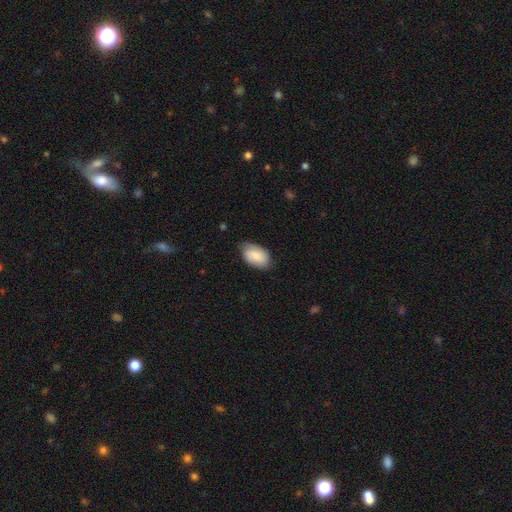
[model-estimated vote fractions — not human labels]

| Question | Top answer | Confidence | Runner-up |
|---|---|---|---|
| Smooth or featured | smooth | 74% | featured or disk (20%) |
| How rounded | in between | 93% | round (6%) |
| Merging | none | 70% | minor disturbance (24%) |